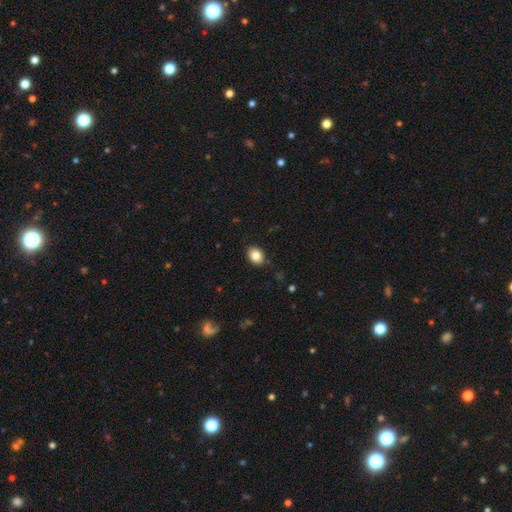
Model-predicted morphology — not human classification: Smooth or featured? smooth (84%)
How rounded? in between (55%)
Merging? none (86%)